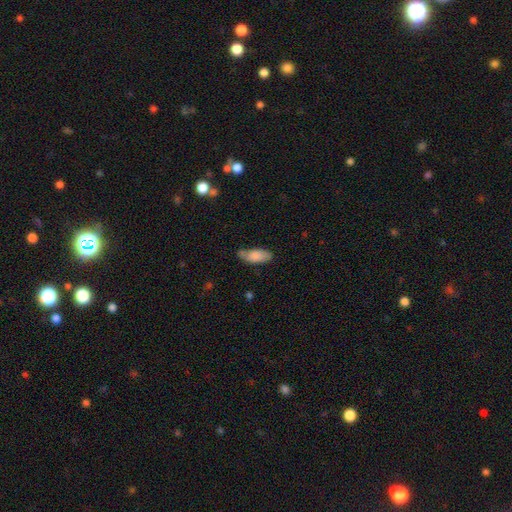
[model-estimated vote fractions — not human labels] A smooth galaxy with no disk features (81%) that is in between round and cigar-shaped (84%). Merging: none (61%).